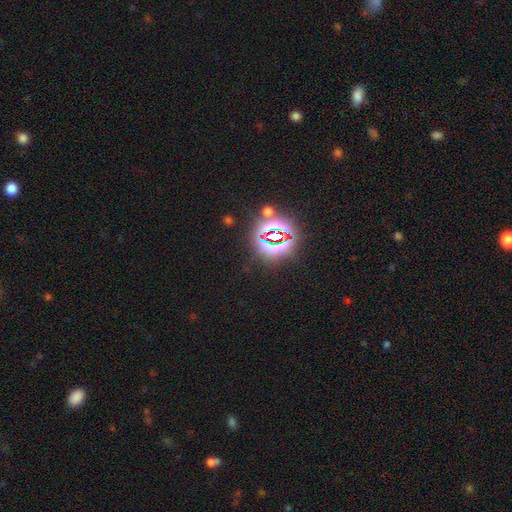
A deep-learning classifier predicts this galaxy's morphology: Overall: star or artifact (83%).